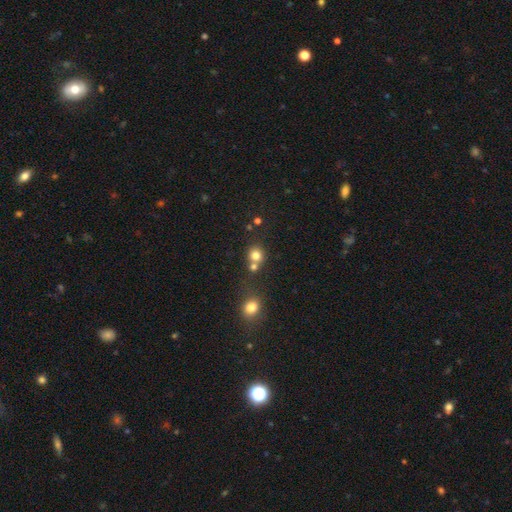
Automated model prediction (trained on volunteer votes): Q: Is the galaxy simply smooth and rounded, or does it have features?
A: smooth — 78%.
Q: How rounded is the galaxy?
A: round — 86%.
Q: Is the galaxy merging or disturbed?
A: none — 57%.